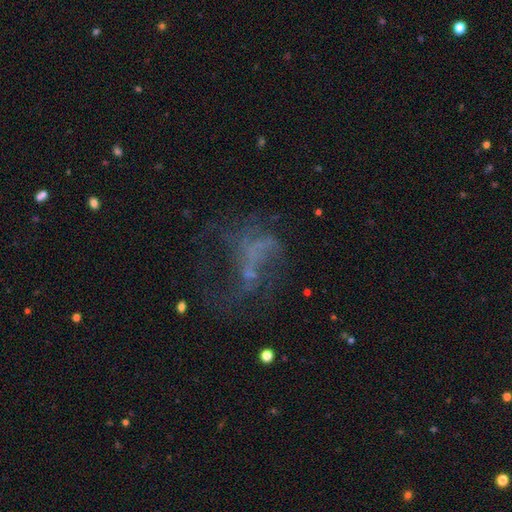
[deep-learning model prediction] This appears to be a featured or disk galaxy (45%). Merging: major disturbance (39%, tied with none).